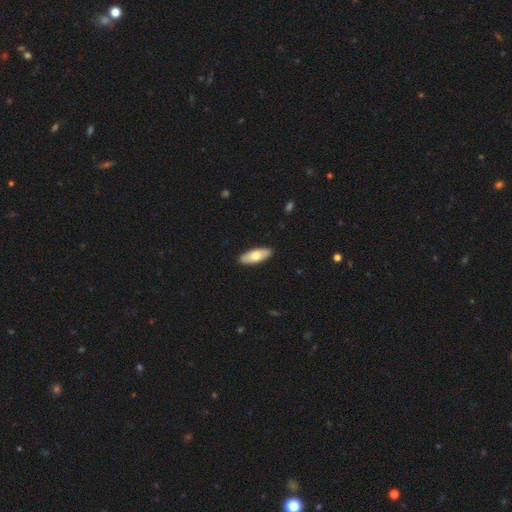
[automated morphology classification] This is likely a smooth galaxy (68%). How rounded: likely in between (74%). Merging: clearly none (91%).